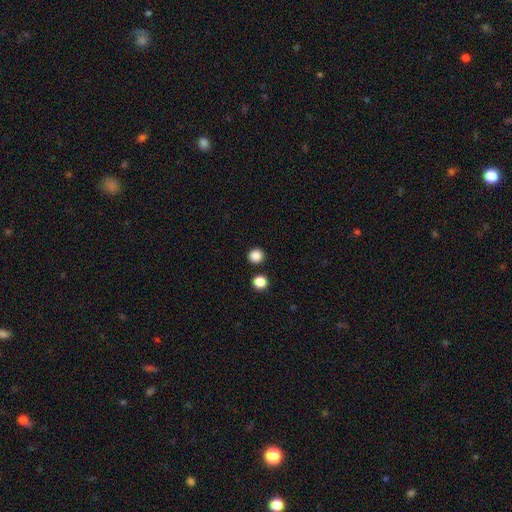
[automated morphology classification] A smooth galaxy with no disk features (86%) that is round (95%).

Vote fractions:
- Smooth or featured? smooth: 86% / star or artifact: 11% / featured or disk: 3%
- How rounded? round: 95% / in between: 4% / cigar-shaped: 1%
- Merging? none: 90% / minor disturbance: 5% / merger: 4% / major disturbance: 2%